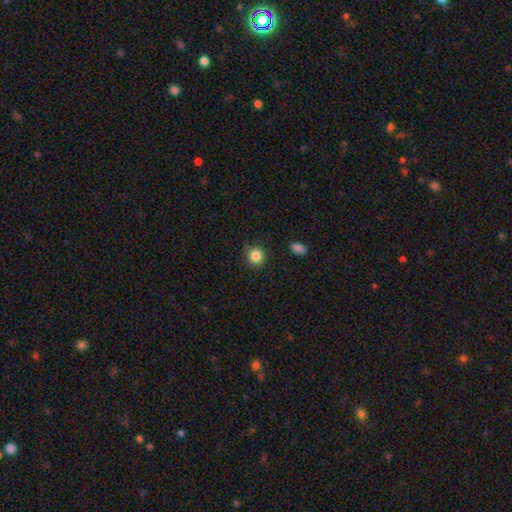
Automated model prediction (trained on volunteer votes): A smooth galaxy with no disk features (85%) that is round (92%). Merging: none (87%).